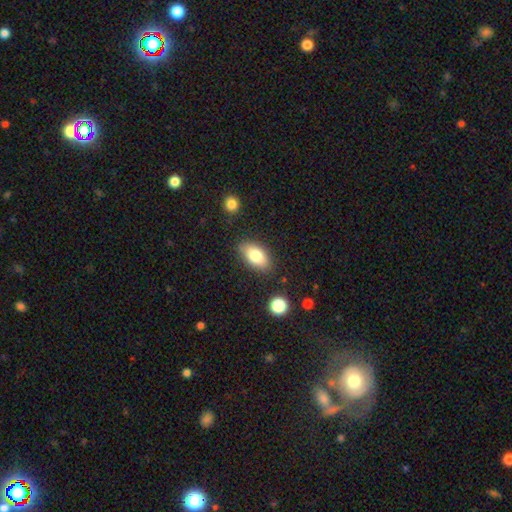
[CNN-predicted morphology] This appears to be a smooth galaxy with no disk features (79%) that is in between round and cigar-shaped (91%). Merging: none (83%).